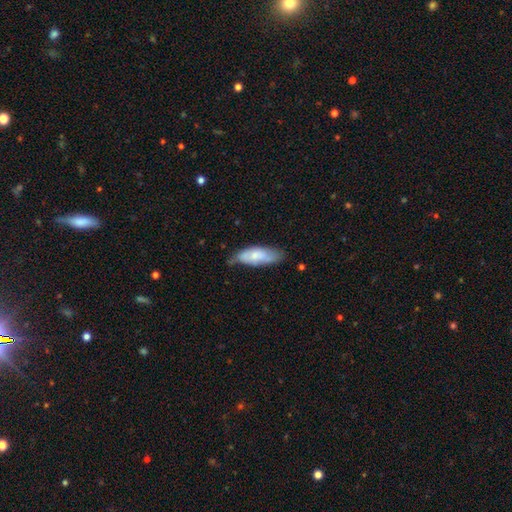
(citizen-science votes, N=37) Overall: smooth (81%). How rounded: in between (83%). Merging: none (59%; minor disturbance 32%).